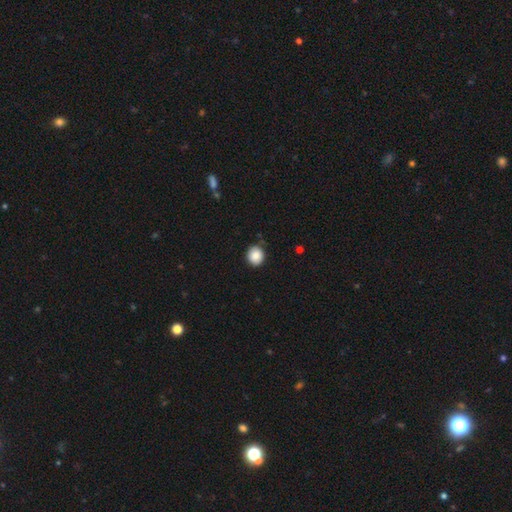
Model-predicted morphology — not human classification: A smooth galaxy with no disk features (87%) that is round (83%).

Vote fractions:
- Smooth or featured? smooth: 87% / star or artifact: 9% / featured or disk: 5%
- How rounded? round: 83% / in between: 16% / cigar-shaped: 1%
- Merging? none: 85% / minor disturbance: 11% / major disturbance: 2% / merger: 2%